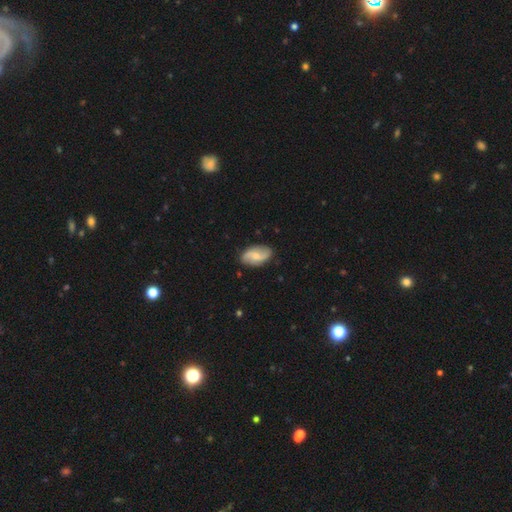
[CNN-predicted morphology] smooth_or_featured: featured or disk (p=0.62) [alt: smooth p=0.32]
disk_edge_on: no (p=0.96) [alt: yes p=0.04]
bar: no (p=0.45) [alt: weak p=0.43]
has_spiral_arms: yes (p=0.90) [alt: no p=0.10]
spiral_winding: loose (p=0.63) [alt: medium p=0.26]
spiral_arm_count: 2 (p=0.89) [alt: can't tell p=0.05]
bulge_size: small (p=0.54) [alt: moderate p=0.38]
merging: none (p=0.83) [alt: minor disturbance p=0.13]